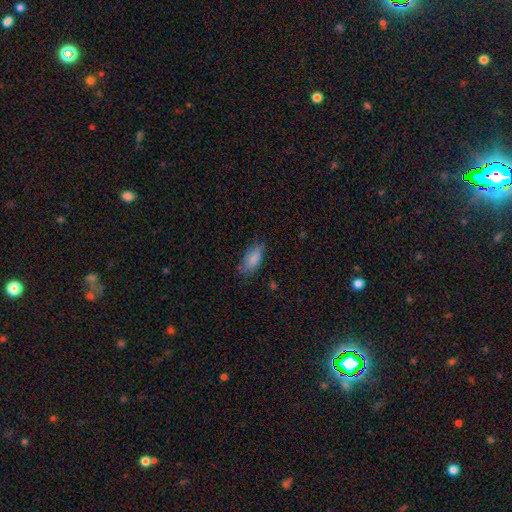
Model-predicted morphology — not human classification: Smooth or featured? Predicted: smooth (p=0.82). How rounded? Predicted: in between (p=0.81). Merging? Predicted: none (p=0.74).